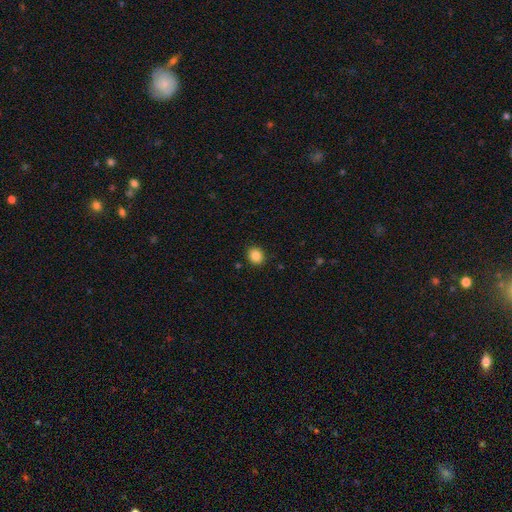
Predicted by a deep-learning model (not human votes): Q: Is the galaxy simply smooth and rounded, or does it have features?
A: smooth — 85%.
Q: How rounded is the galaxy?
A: round — 76%.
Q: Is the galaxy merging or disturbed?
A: none — 90%.